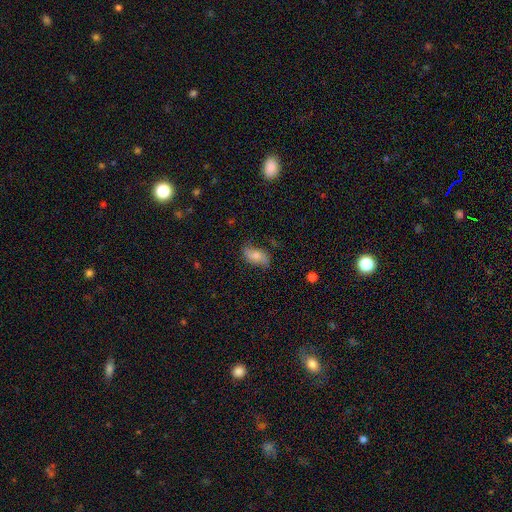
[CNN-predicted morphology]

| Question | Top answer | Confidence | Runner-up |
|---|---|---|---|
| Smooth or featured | smooth | 59% | featured or disk (33%) |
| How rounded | in between | 90% | round (6%) |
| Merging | none | 71% | minor disturbance (22%) |